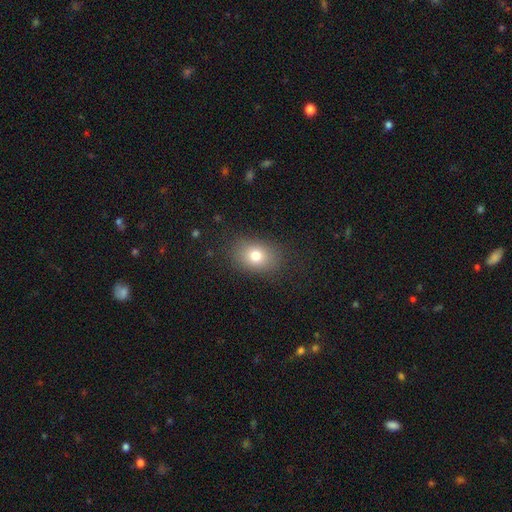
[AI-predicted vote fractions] A smooth galaxy with no disk features (77%) that is in between round and cigar-shaped (67%).

Vote fractions:
- Smooth or featured? smooth: 77% / star or artifact: 12% / featured or disk: 11%
- How rounded? in between: 67% / round: 31% / cigar-shaped: 1%
- Merging? none: 84% / minor disturbance: 10% / major disturbance: 5% / merger: 1%